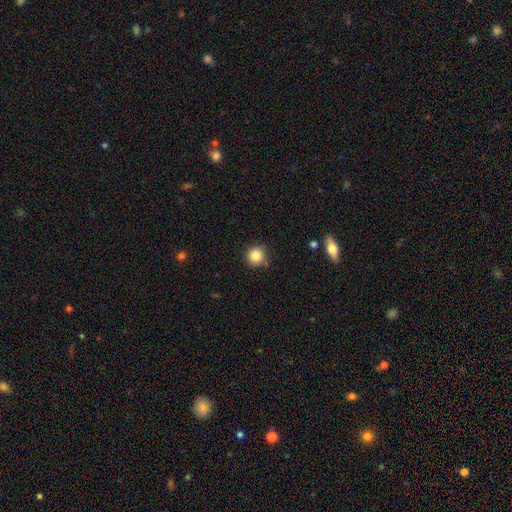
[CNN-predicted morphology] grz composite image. It shows a smooth galaxy with no disk features (85%) that is round (93%). Merging: none (85%).